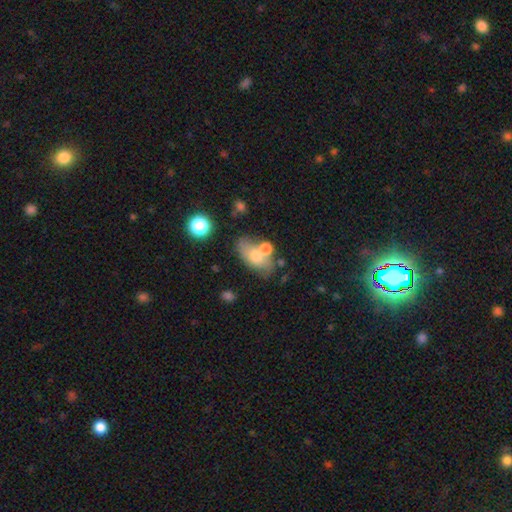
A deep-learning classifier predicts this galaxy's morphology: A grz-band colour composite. It shows a smooth galaxy with no disk features (62%) that is in between round and cigar-shaped (86%). Merging: none (51%).